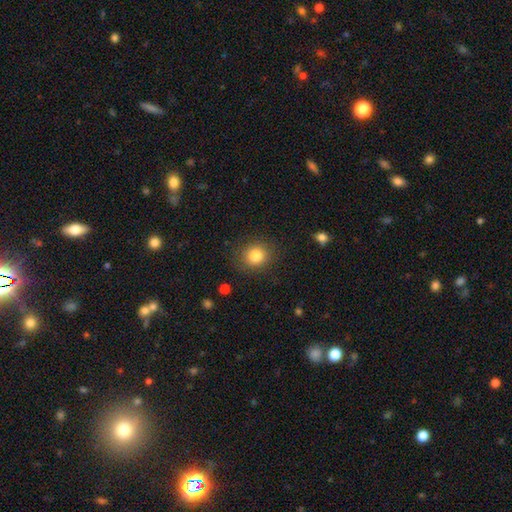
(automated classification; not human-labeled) Smooth or featured?
  - smooth: 83% *
  - star or artifact: 11%
  - featured or disk: 7%
How rounded?
  - round: 78% *
  - in between: 21%
  - cigar-shaped: 1%
Merging?
  - none: 86% *
  - minor disturbance: 9%
  - major disturbance: 4%
  - merger: 1%